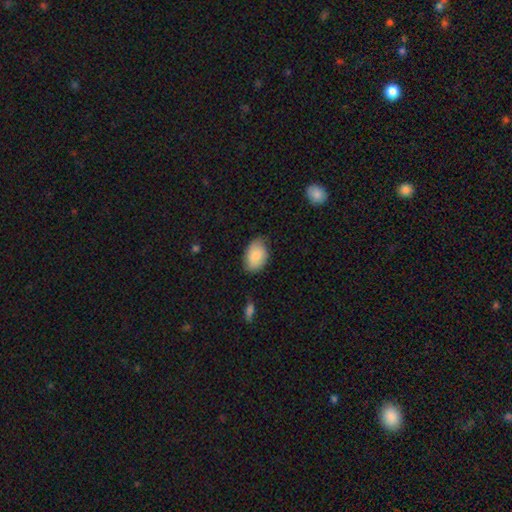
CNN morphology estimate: Smooth or featured: smooth — 83% (featured or disk — 11%)
How rounded: in between — 85% (round — 14%)
Merging: none — 73% (minor disturbance — 22%)